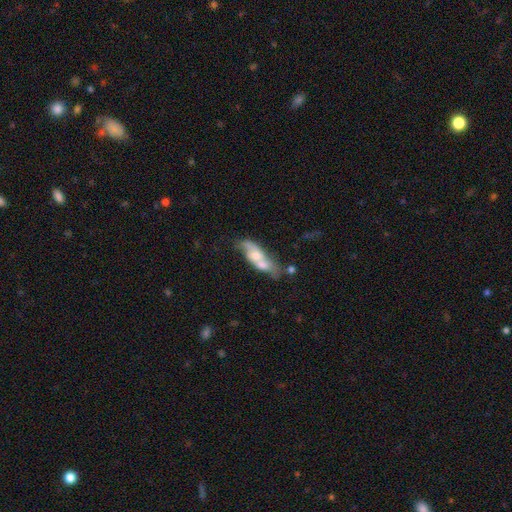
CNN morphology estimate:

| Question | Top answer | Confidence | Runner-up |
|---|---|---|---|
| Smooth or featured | featured or disk | 48% | smooth (45%) |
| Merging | merger | 48% | none (25%) |